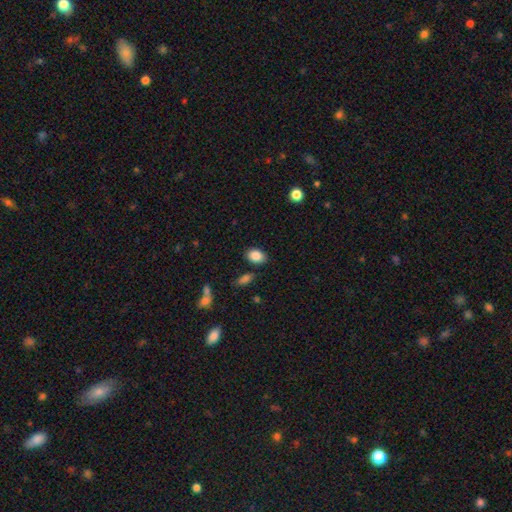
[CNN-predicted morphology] Smooth or featured? smooth (87%)
How rounded? in between (81%)
Merging? none (82%)